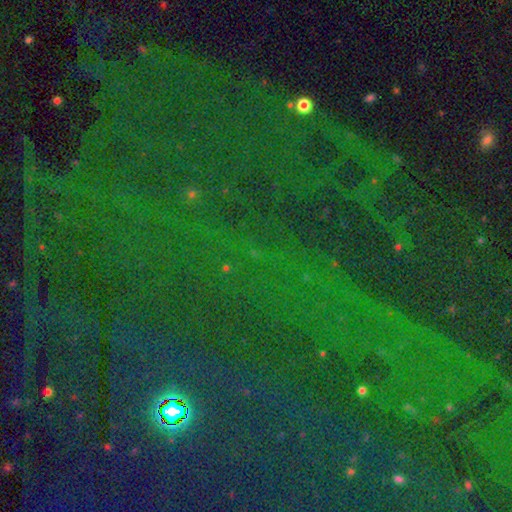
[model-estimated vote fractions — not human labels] Smooth or featured? star or artifact (84%)